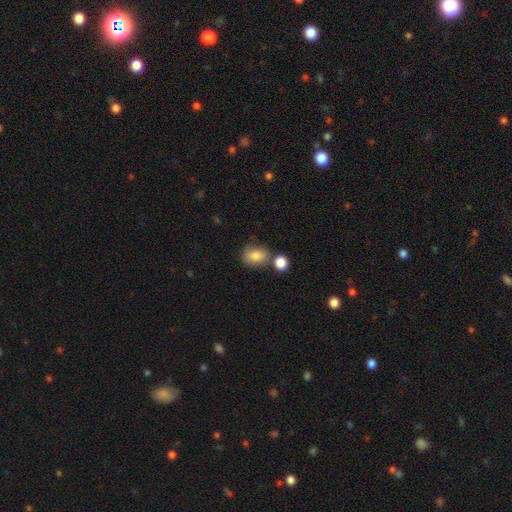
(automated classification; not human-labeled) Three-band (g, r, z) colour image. It shows a smooth galaxy with no disk features (81%) that is in between round and cigar-shaped (66%). Merging: none (56%).